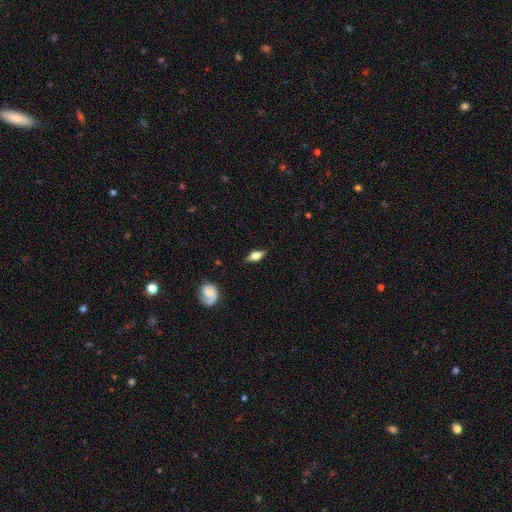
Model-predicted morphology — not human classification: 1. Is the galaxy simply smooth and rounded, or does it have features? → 50% featured or disk, 42% smooth, 8% star or artifact.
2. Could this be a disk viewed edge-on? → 89% yes, 11% no.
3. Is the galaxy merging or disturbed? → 81% none, 14% minor disturbance, 4% major disturbance, 2% merger.